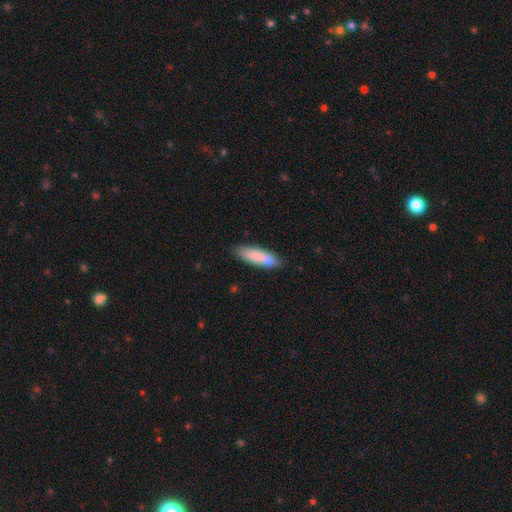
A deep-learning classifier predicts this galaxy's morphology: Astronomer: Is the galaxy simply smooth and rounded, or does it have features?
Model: smooth — 85%.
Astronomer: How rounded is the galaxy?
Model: cigar-shaped — 64%.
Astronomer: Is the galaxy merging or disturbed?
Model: none — 81%.